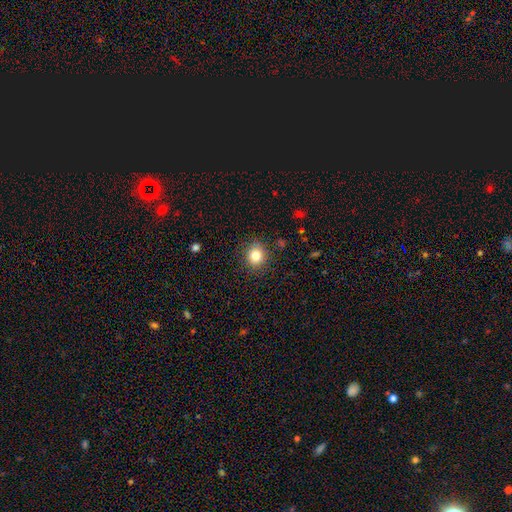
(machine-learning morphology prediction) Smooth or featured? Predicted: smooth (p=0.82). How rounded? Predicted: round (p=0.82). Merging? Predicted: none (p=0.88).